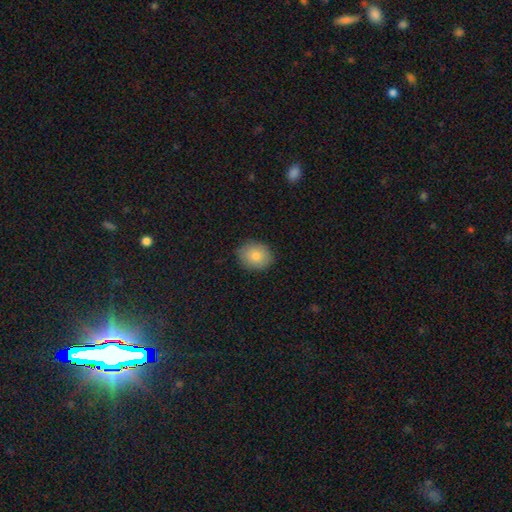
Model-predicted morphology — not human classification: This appears to be a smooth galaxy with no disk features (81%) that is in between round and cigar-shaped (55%). Merging: none (87%).